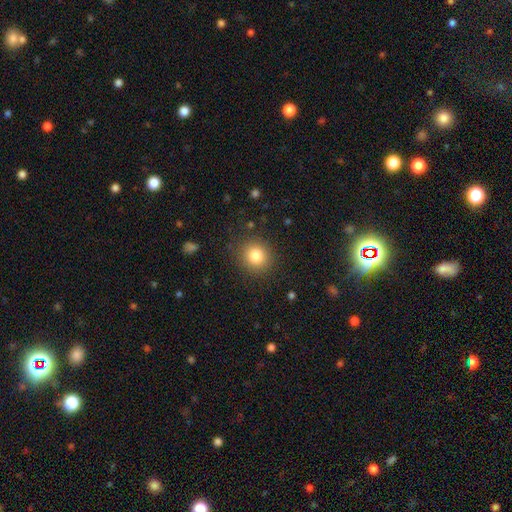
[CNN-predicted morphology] Overall: smooth (82%). How rounded: round (88%). Merging: none (88%).